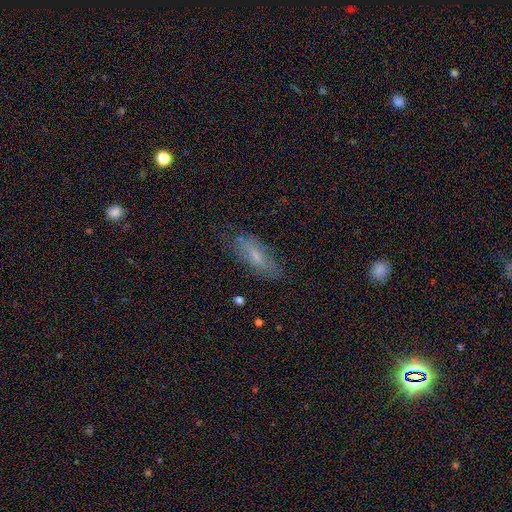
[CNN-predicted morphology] Overall: smooth (57%; featured or disk 33%). How rounded: in between (62%; cigar-shaped 35%). Merging: none (72%).